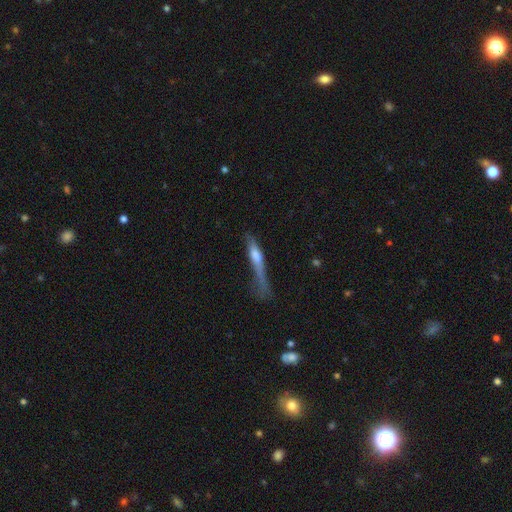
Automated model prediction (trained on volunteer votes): Morphology: type=featured or disk (52%); edge-on=yes (87%); merging=none (39%).